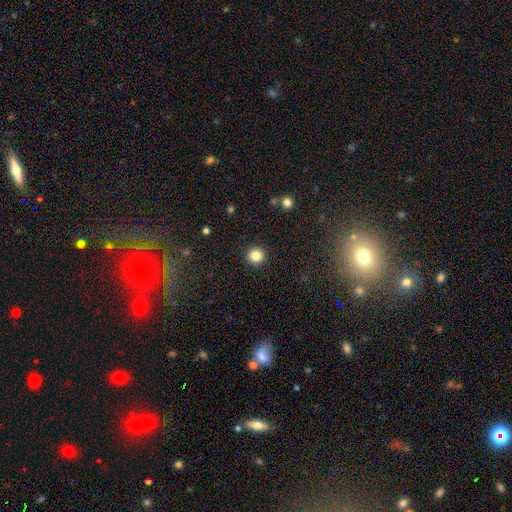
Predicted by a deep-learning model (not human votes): Overall: smooth (84%). How rounded: round (95%). Merging: none (93%).